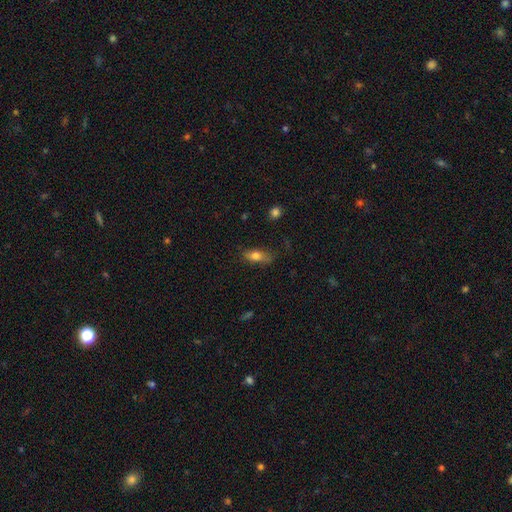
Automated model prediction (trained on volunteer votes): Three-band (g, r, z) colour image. It shows a smooth galaxy with no disk features (72%) that is in between round and cigar-shaped (71%). Merging: none (67%).